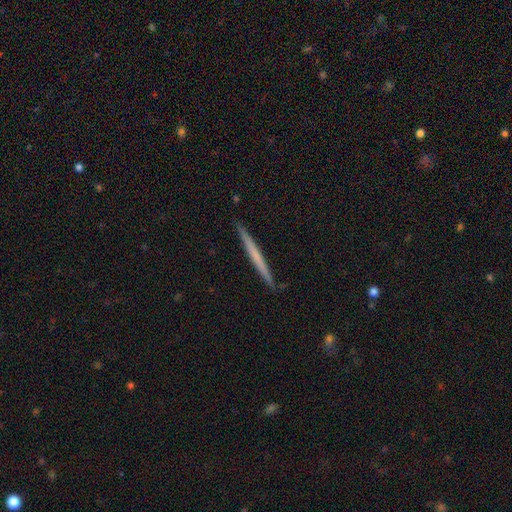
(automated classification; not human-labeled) A smooth galaxy with no disk features (50%) that is cigar-shaped (97%).

Vote fractions:
- Smooth or featured? smooth: 50% / featured or disk: 44% / star or artifact: 5%
- How rounded? cigar-shaped: 97% / in between: 1% / round: 1%
- Merging? none: 91% / minor disturbance: 6% / major disturbance: 1% / merger: 1%